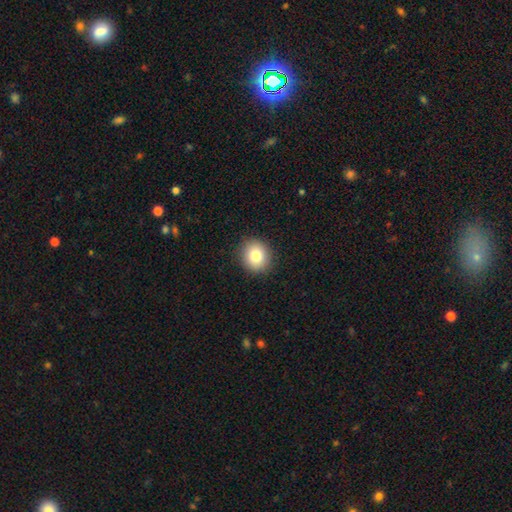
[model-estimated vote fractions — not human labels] This appears to be a smooth galaxy with no disk features (82%) that is round (77%). Merging: none (90%).